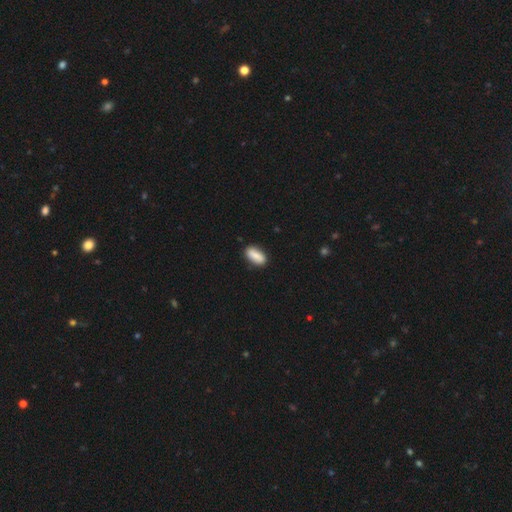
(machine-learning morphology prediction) smooth_or_featured: smooth (p=0.79) [alt: featured or disk p=0.14]
how_rounded: in between (p=0.86) [alt: cigar-shaped p=0.10]
merging: none (p=0.84) [alt: minor disturbance p=0.12]